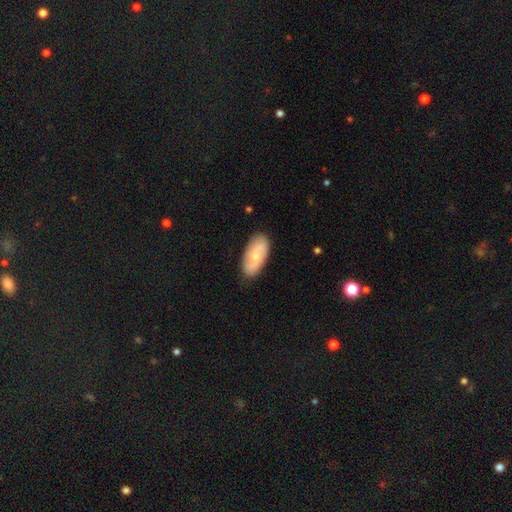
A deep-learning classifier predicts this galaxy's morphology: smooth-or-featured: smooth: 48% | featured or disk: 46% | star or artifact: 5%
  merging: none: 83% | minor disturbance: 13% | major disturbance: 2% | merger: 1%